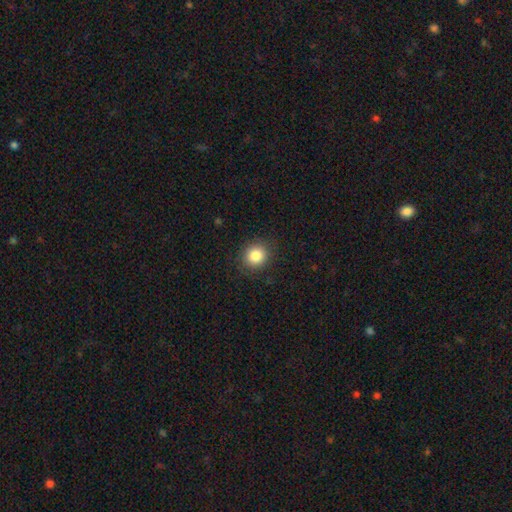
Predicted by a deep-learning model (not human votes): smooth-or-featured: smooth: 85% | star or artifact: 10% | featured or disk: 5%
  how-rounded: round: 83% | in between: 16% | cigar-shaped: 1%
  merging: none: 88% | minor disturbance: 8% | major disturbance: 3% | merger: 1%